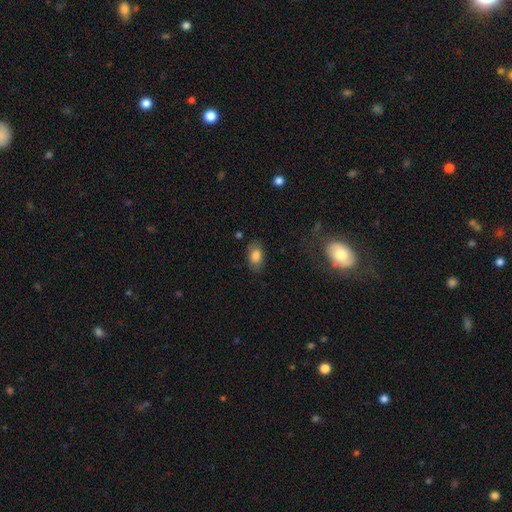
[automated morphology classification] Overall: smooth (81%). How rounded: in between (90%). Merging: none (77%).